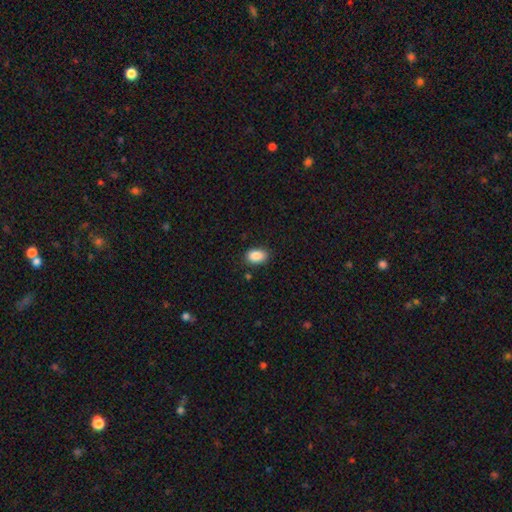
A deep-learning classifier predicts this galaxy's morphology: The model was most divided on "how rounded": in between: 85%, round: 14%, cigar-shaped: 1%. More confident: smooth or featured — smooth (88%); merging — none (84%).